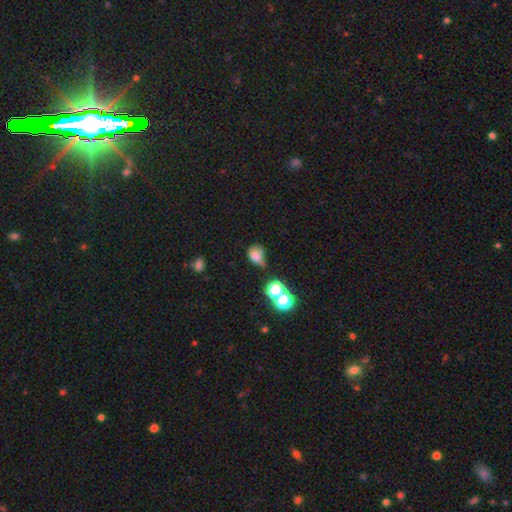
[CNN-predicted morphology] Smooth or featured?
  - smooth: 69% *
  - star or artifact: 16%
  - featured or disk: 14%
How rounded?
  - in between: 60% *
  - round: 38%
  - cigar-shaped: 2%
Merging?
  - minor disturbance: 31% *
  - none: 29%
  - major disturbance: 24%
  - merger: 15%